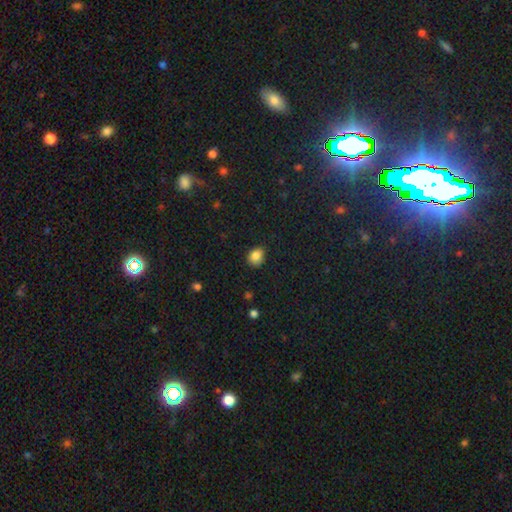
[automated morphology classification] Smooth or featured? smooth (84%)
How rounded? round (52%)
Merging? none (75%)